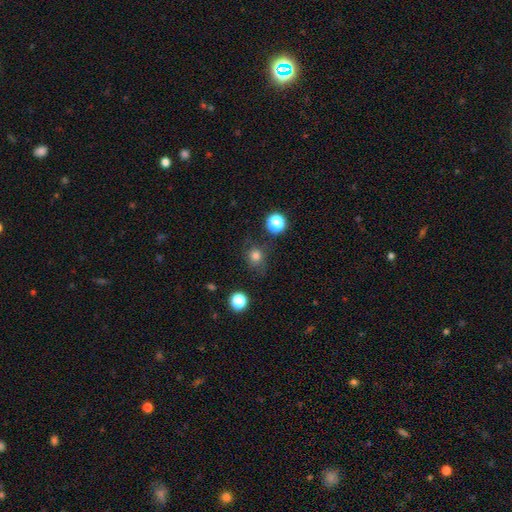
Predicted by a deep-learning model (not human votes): This appears to be a smooth galaxy with no disk features (78%) that is round (82%). Merging: none (73%).